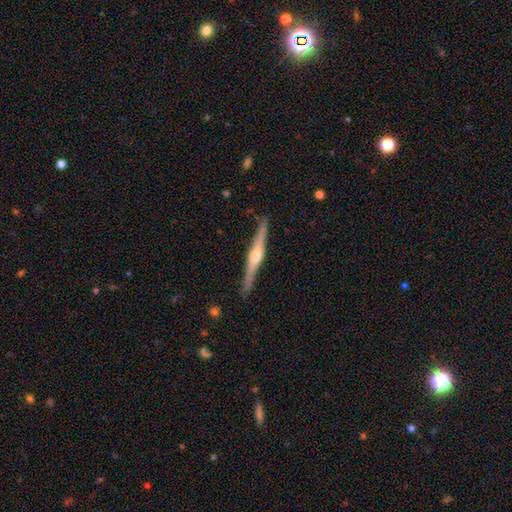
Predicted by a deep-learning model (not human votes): This appears to be a featured or disk galaxy (78%) viewed edge-on (98%) with a rounded central bulge (88%). Merging: none (89%).